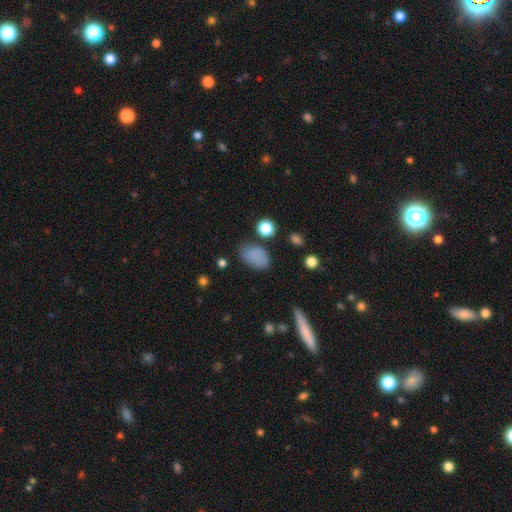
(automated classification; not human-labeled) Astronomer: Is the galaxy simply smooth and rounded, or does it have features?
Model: smooth — 83%.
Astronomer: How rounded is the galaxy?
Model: in between — 87%.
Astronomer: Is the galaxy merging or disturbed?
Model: none — 68%.